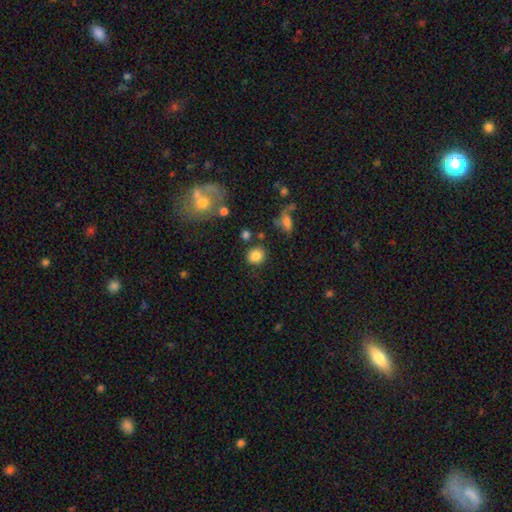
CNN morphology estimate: A smooth galaxy with no disk features (84%) that is round (79%).

Vote fractions:
- Smooth or featured? smooth: 84% / star or artifact: 10% / featured or disk: 6%
- How rounded? round: 79% / in between: 20% / cigar-shaped: 1%
- Merging? none: 81% / minor disturbance: 10% / merger: 5% / major disturbance: 4%